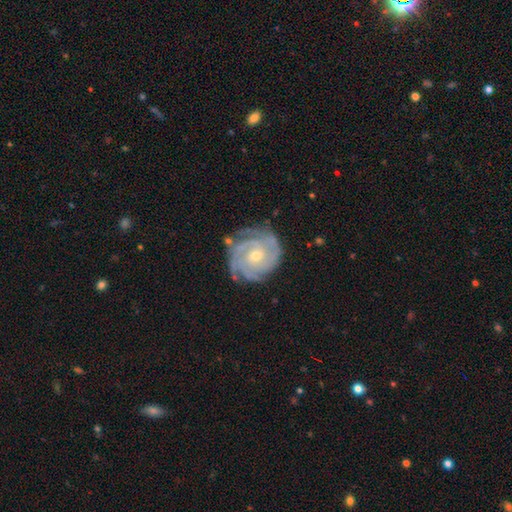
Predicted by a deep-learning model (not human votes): Q: Smooth or featured?
A: featured or disk (88%); runner-up: smooth (6%)
Q: Edge-on disk?
A: no (98%); runner-up: yes (2%)
Q: Bar?
A: no (69%); runner-up: weak (24%)
Q: Spiral arms?
A: yes (98%); runner-up: no (2%)
Q: Spiral winding?
A: tight (79%); runner-up: medium (18%)
Q: Spiral arm count?
A: 3 (31%); runner-up: 4 (22%)
Q: Bulge size?
A: small (54%); runner-up: moderate (44%)
Q: Merging?
A: none (77%); runner-up: minor disturbance (17%)